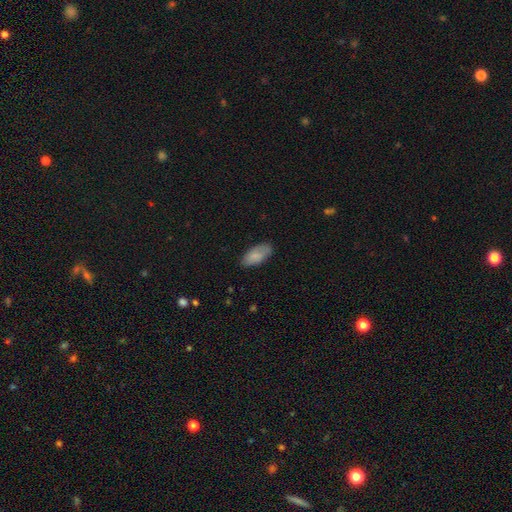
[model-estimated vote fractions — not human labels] The model was most divided on "merging": none: 79%, minor disturbance: 17%, major disturbance: 3%, merger: 1%. More confident: how rounded — in between (89%); smooth or featured — smooth (83%).